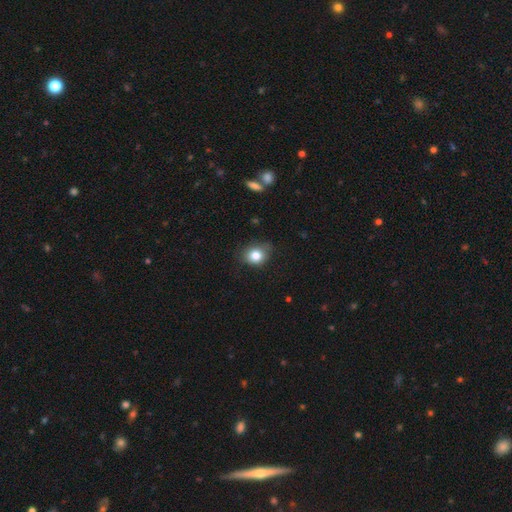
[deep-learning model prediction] Smooth or featured? smooth (81%)
How rounded? round (59%)
Merging? none (72%)